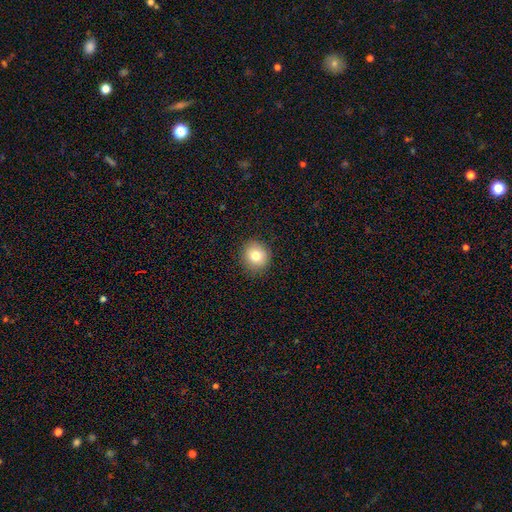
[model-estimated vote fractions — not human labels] smooth 79%, featured or disk 11%, star or artifact 11%. Down the decision tree: how rounded — round (88%); merging — none (89%).